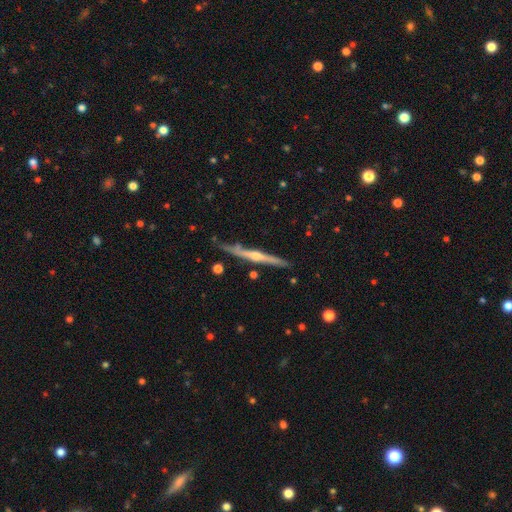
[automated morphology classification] Overall: featured or disk (77%). Edge-on disk: yes (97%). Edge-on bulge: rounded (75%). Merging: none (78%).